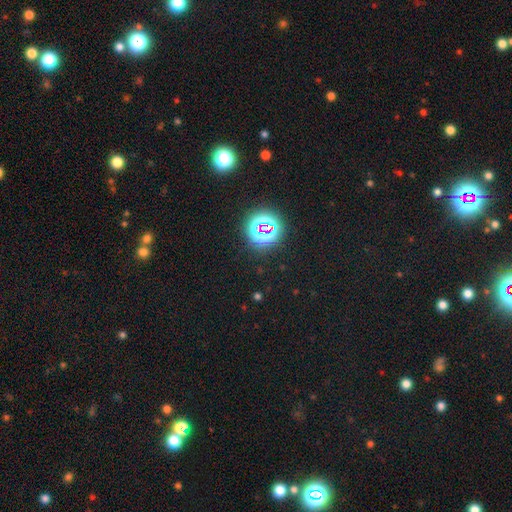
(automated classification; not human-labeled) This appears to be a star or artifact, not a galaxy (71%).